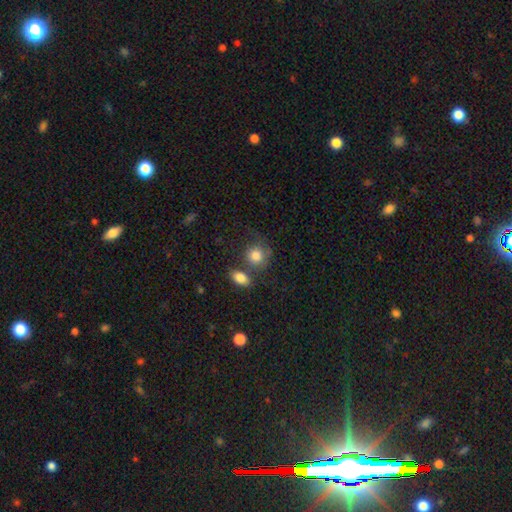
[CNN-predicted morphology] This is clearly a smooth galaxy (83%). How rounded: likely round (75%). Merging: possibly none (51%).